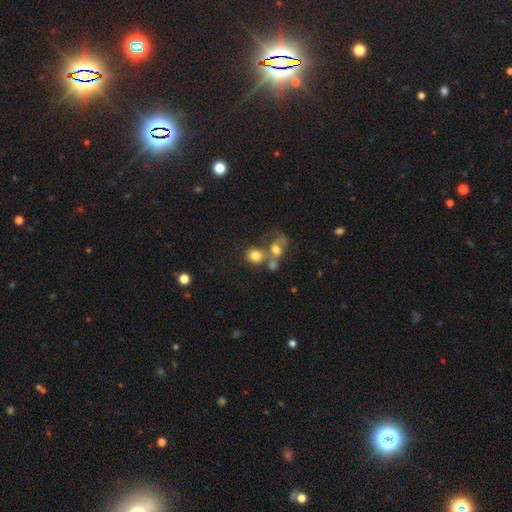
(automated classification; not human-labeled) Overall: smooth (75%). How rounded: round (70%). Merging: merger (42%; none 40%).